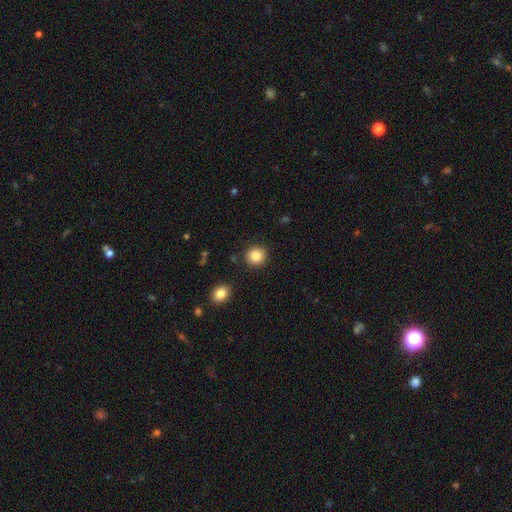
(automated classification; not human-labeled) Morphology: type=smooth (86%); roundness=round (90%); merging=none (89%).